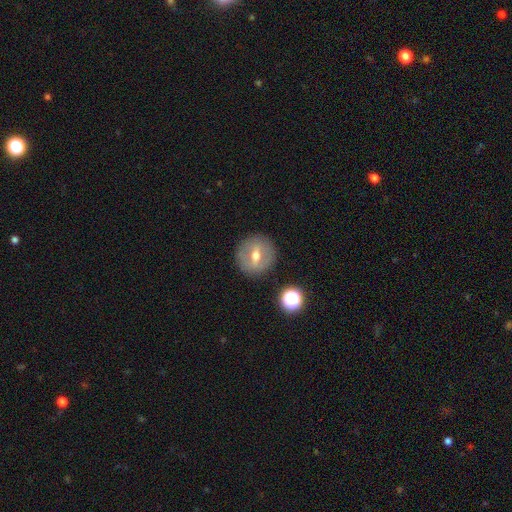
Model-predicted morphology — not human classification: The model was most divided on "smooth or featured": featured or disk: 53%, smooth: 38%, star or artifact: 9%. More confident: edge-on disk — no (87%); merging — none (86%).